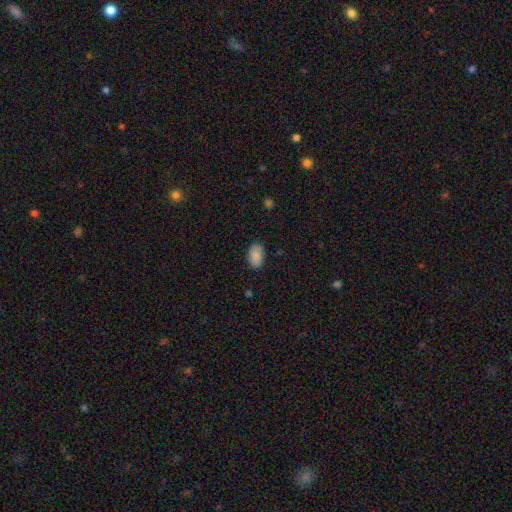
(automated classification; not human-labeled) Smooth or featured?
  - smooth: 89% *
  - star or artifact: 7%
  - featured or disk: 4%
How rounded?
  - in between: 92% *
  - round: 7%
  - cigar-shaped: 1%
Merging?
  - none: 86% *
  - minor disturbance: 11%
  - major disturbance: 2%
  - merger: 1%